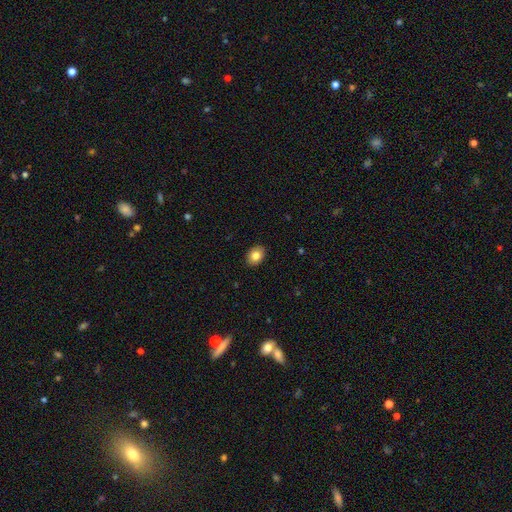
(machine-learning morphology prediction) smooth 83%, featured or disk 9%, star or artifact 8%. Down the decision tree: how rounded — in between (64%); merging — none (90%).